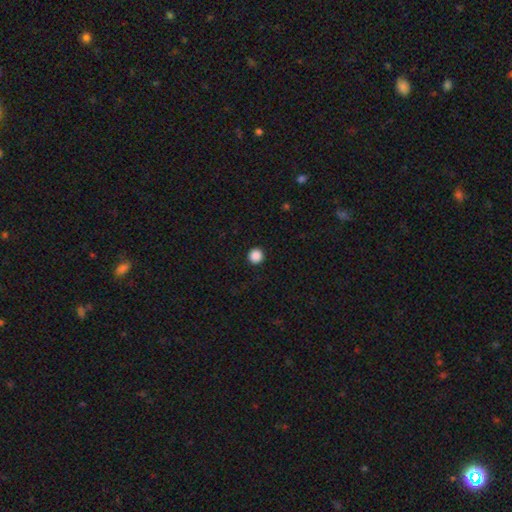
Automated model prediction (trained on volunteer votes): A smooth galaxy with no disk features (88%) that is round (96%). Merging: none (94%).